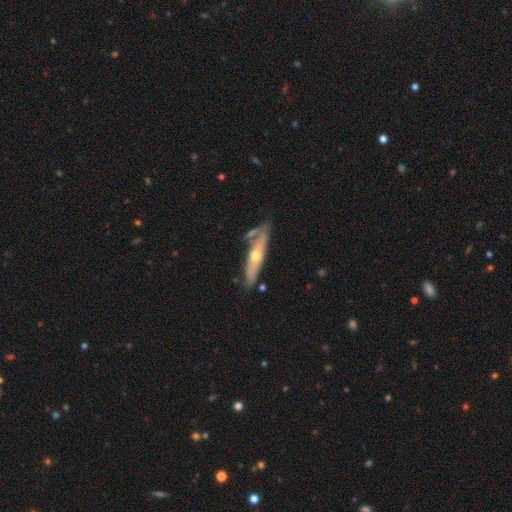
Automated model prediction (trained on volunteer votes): featured or disk 62%, smooth 33%, star or artifact 6%. Down the decision tree: edge-on disk — yes (69%); merging — none (66%).